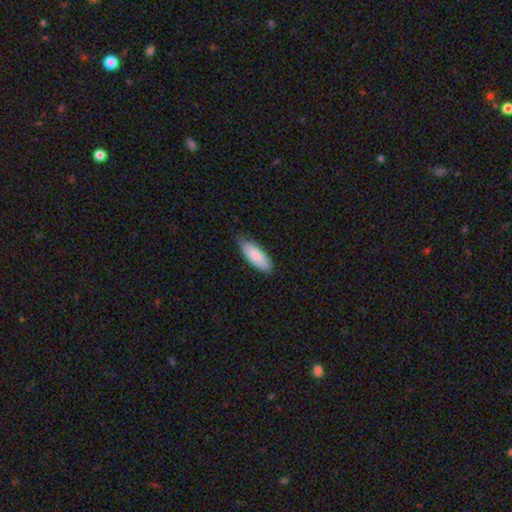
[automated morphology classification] The model was most divided on "how rounded": in between: 74%, cigar-shaped: 24%, round: 1%. More confident: smooth or featured — smooth (85%); merging — none (78%).